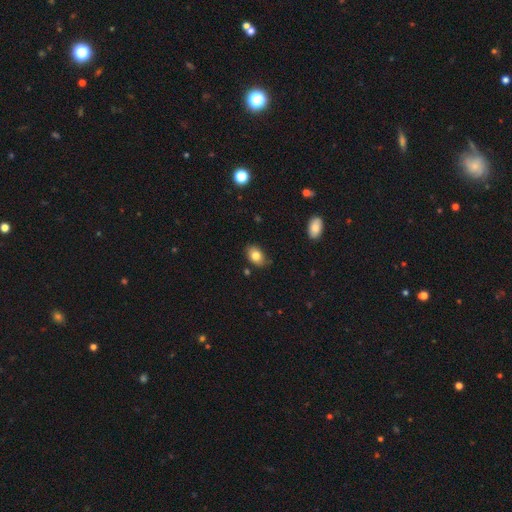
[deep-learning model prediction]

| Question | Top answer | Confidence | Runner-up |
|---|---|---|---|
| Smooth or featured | smooth | 82% | featured or disk (10%) |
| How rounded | in between | 82% | round (16%) |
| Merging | none | 78% | minor disturbance (17%) |